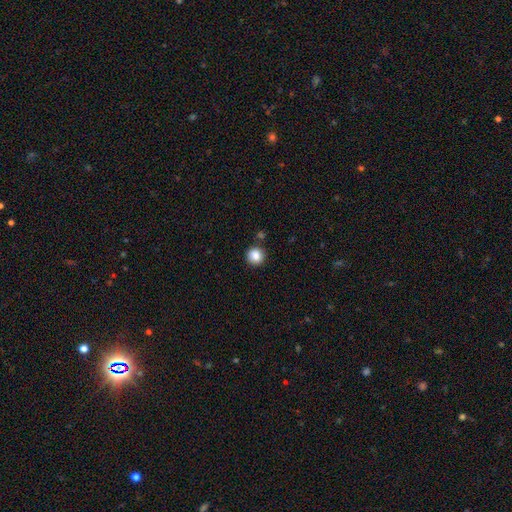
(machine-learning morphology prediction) type=smooth (86%); roundness=round (91%); merging=none (84%).